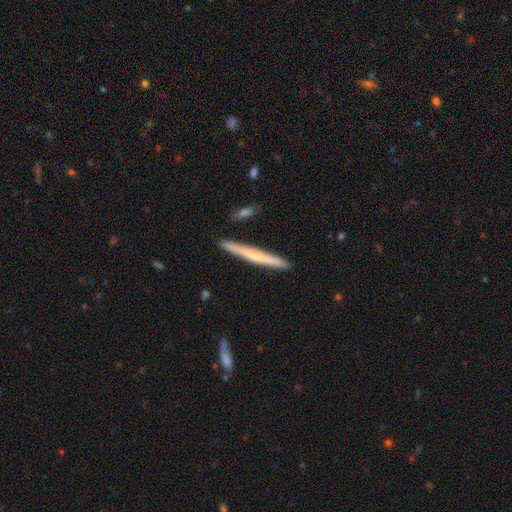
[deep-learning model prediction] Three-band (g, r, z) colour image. It shows a smooth galaxy with no disk features (54%) that is cigar-shaped (97%). Merging: none (90%).